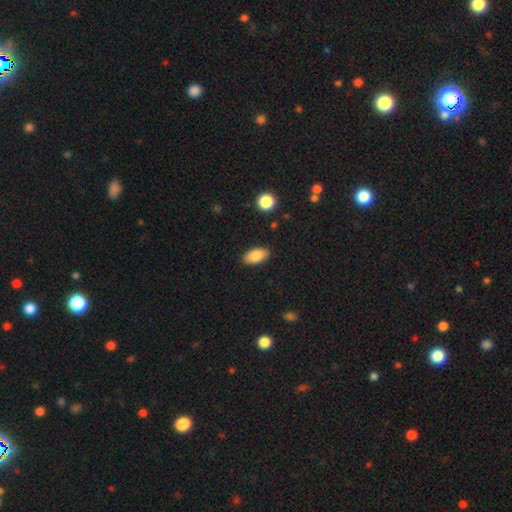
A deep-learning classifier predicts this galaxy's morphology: smooth-or-featured: smooth: 85% | featured or disk: 8% | star or artifact: 7%
  how-rounded: in between: 92% | cigar-shaped: 4% | round: 4%
  merging: none: 88% | minor disturbance: 9% | major disturbance: 2% | merger: 1%